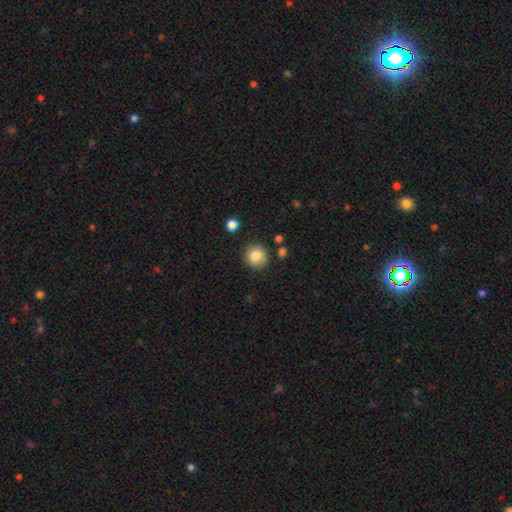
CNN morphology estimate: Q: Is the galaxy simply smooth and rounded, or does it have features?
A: smooth — 86%.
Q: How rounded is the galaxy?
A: round — 93%.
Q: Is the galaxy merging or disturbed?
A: none — 88%.